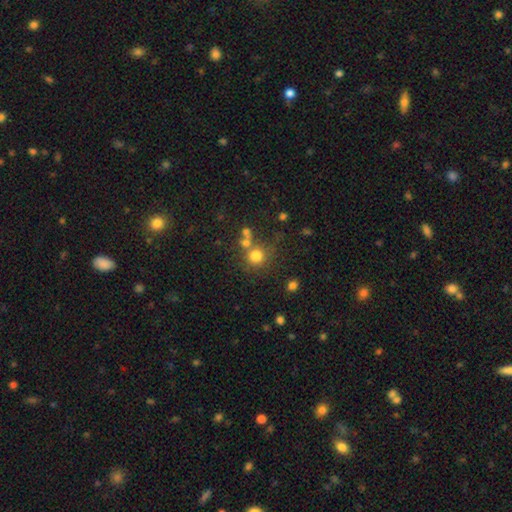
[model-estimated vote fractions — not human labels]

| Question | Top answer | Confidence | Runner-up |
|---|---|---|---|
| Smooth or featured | smooth | 76% | star or artifact (15%) |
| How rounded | round | 90% | in between (9%) |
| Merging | none | 63% | merger (22%) |